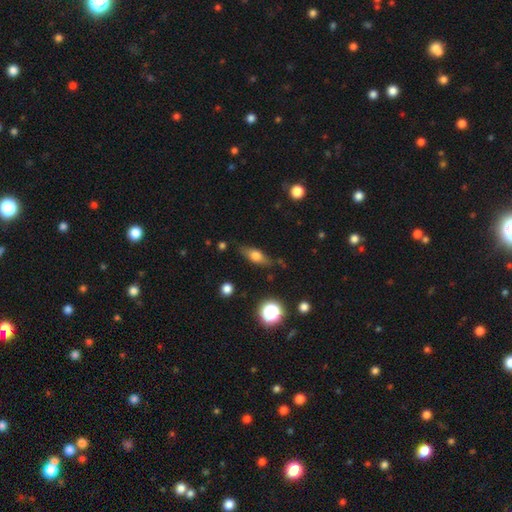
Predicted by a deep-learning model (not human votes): Smooth or featured: smooth — 59% (featured or disk — 31%)
How rounded: in between — 66% (cigar-shaped — 26%)
Merging: none — 75% (minor disturbance — 18%)